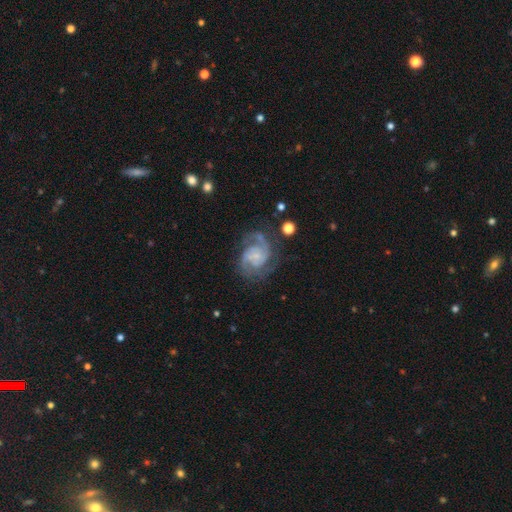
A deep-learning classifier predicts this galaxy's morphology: This appears to be a featured or disk galaxy (89%) with no bar (61%), 2 (60%) medium (48%) spiral arms (97%) and a small central bulge (68%). Merging: none (66%).